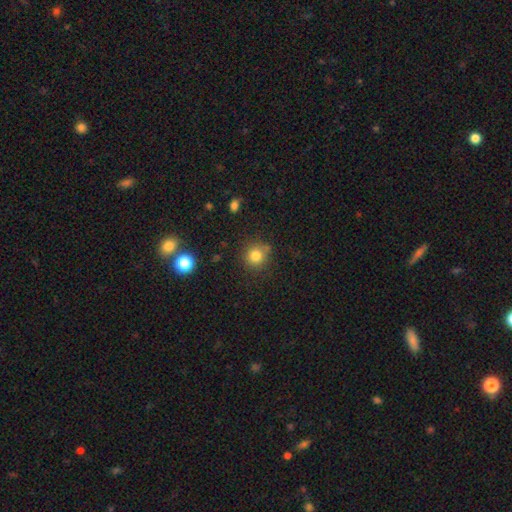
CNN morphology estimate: smooth_or_featured: smooth (p=0.80) [alt: star or artifact p=0.13]
how_rounded: round (p=0.91) [alt: in between p=0.08]
merging: none (p=0.79) [alt: minor disturbance p=0.11]